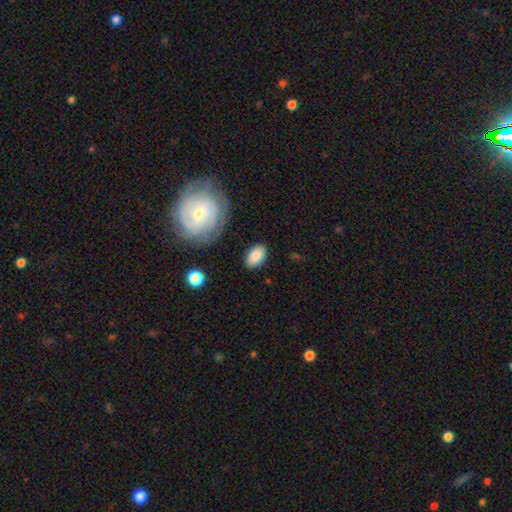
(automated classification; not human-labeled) Smooth or featured: smooth — 83% (featured or disk — 10%)
How rounded: in between — 88% (round — 10%)
Merging: none — 83% (minor disturbance — 11%)